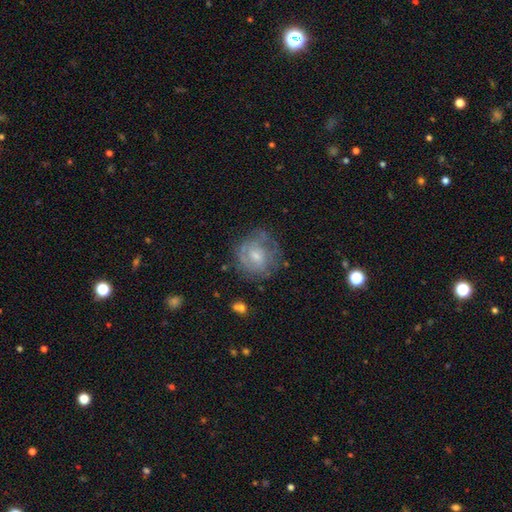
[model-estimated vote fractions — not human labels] smooth_or_featured: featured or disk (p=0.64) [alt: smooth p=0.28]
disk_edge_on: no (p=0.98) [alt: yes p=0.02]
bar: no (p=0.58) [alt: weak p=0.37]
has_spiral_arms: yes (p=0.72) [alt: no p=0.28]
bulge_size: small (p=0.47) [alt: moderate p=0.42]
merging: none (p=0.63) [alt: minor disturbance p=0.22]